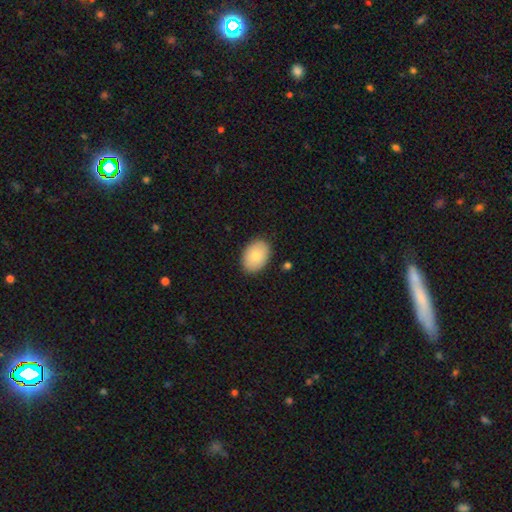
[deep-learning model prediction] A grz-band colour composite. It shows a smooth galaxy with no disk features (82%) that is in between round and cigar-shaped (82%). Merging: none (87%).